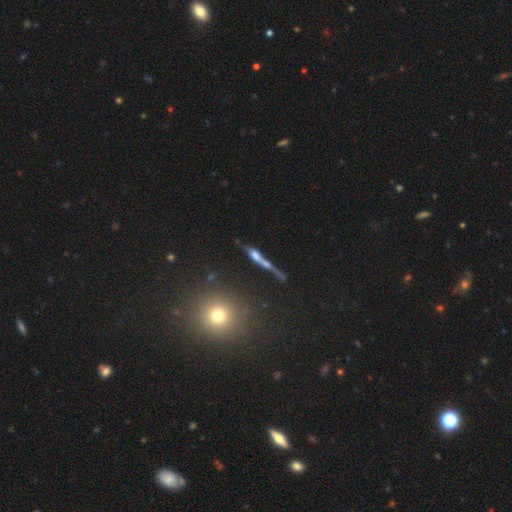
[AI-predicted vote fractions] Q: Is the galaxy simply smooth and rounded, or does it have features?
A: featured or disk — 55%.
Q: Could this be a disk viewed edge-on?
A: yes — 74%.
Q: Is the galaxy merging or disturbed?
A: none — 47%.